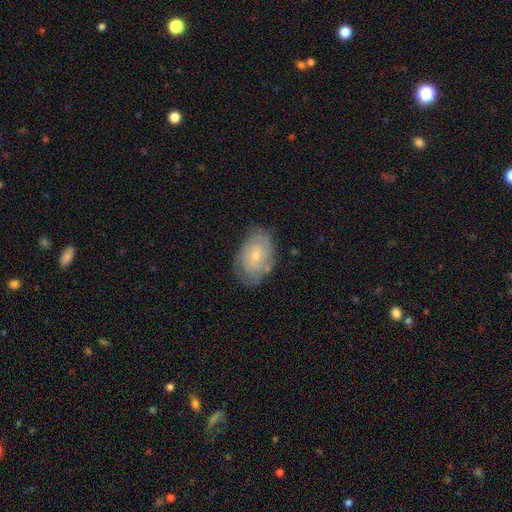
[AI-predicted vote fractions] smooth_or_featured: featured or disk (p=0.53) [alt: smooth p=0.40]
disk_edge_on: no (p=0.95) [alt: yes p=0.05]
bar: no (p=0.75) [alt: weak p=0.22]
has_spiral_arms: yes (p=0.71) [alt: no p=0.29]
bulge_size: small (p=0.66) [alt: moderate p=0.30]
merging: none (p=0.70) [alt: minor disturbance p=0.22]